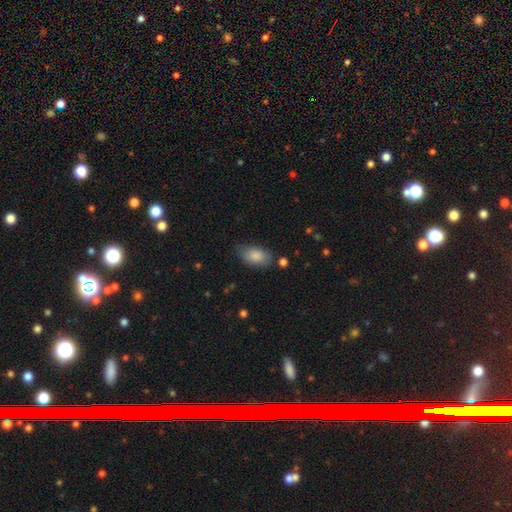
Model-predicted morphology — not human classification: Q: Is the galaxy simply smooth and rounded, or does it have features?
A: smooth — 85%.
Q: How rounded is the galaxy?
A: in between — 92%.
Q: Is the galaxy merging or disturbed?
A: none — 63%.